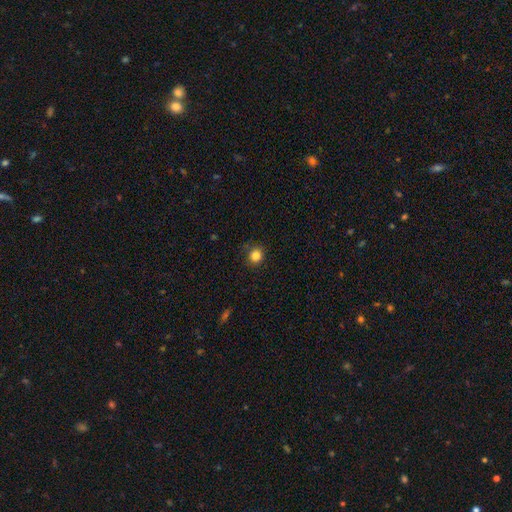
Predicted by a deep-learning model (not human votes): smooth_or_featured: smooth (p=0.84) [alt: star or artifact p=0.12]
how_rounded: round (p=0.90) [alt: in between p=0.10]
merging: none (p=0.84) [alt: minor disturbance p=0.11]